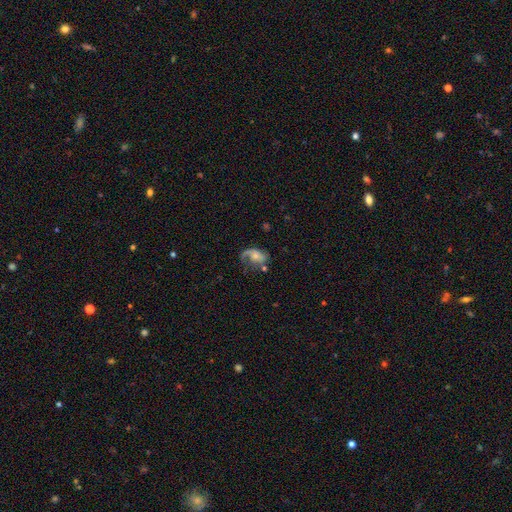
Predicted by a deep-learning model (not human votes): Q: Smooth or featured?
A: featured or disk (66%); runner-up: smooth (25%)
Q: Edge-on disk?
A: no (96%); runner-up: yes (4%)
Q: Bar?
A: no (65%); runner-up: weak (28%)
Q: Spiral arms?
A: yes (87%); runner-up: no (13%)
Q: Spiral winding?
A: loose (54%); runner-up: medium (33%)
Q: Spiral arm count?
A: 1 (49%); runner-up: 2 (42%)
Q: Bulge size?
A: small (48%); runner-up: moderate (40%)
Q: Merging?
A: none (41%); runner-up: major disturbance (30%)